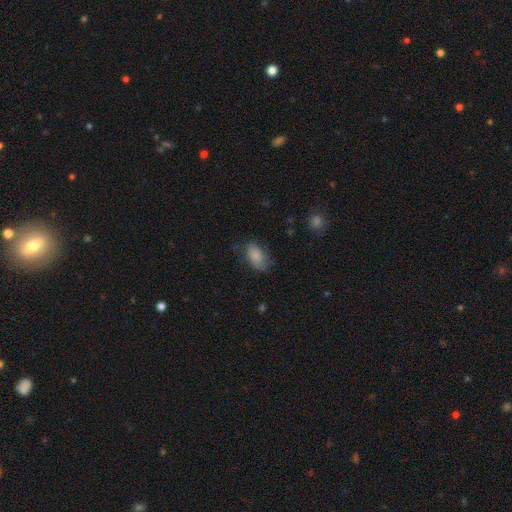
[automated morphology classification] Smooth or featured: smooth — 78% (featured or disk — 14%)
How rounded: in between — 91% (round — 6%)
Merging: none — 56% (minor disturbance — 29%)